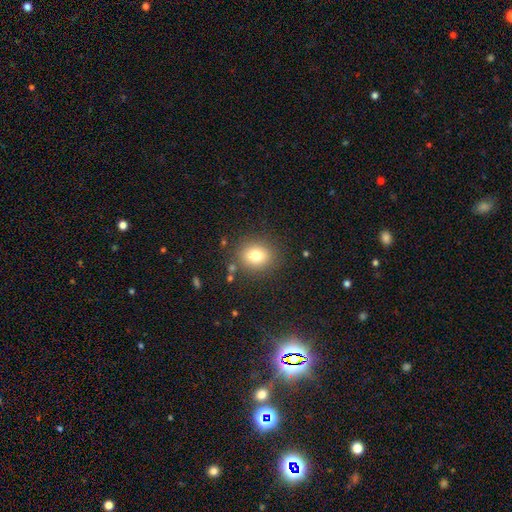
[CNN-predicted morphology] Smooth or featured? smooth (79%)
How rounded? round (68%)
Merging? none (84%)